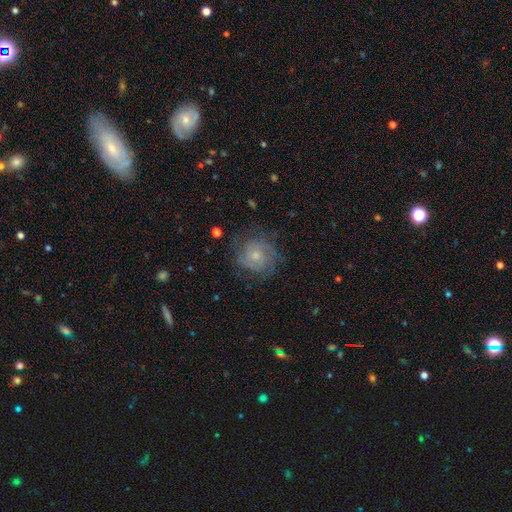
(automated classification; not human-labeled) Smooth or featured: featured or disk — 71% (smooth — 21%)
Edge-on disk: no — 98% (yes — 2%)
Bar: no — 73% (weak — 24%)
Spiral arms: yes — 91% (no — 9%)
Spiral winding: tight — 60% (medium — 32%)
Spiral arm count: 2 — 42% (can't tell — 29%)
Bulge size: small — 53% (moderate — 37%)
Merging: none — 72% (minor disturbance — 17%)